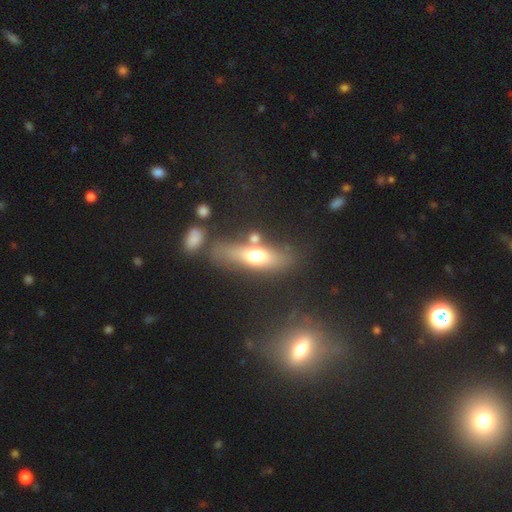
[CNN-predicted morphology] This is possibly a smooth galaxy (54%). How rounded: possibly in between (47%, tied with cigar-shaped). Merging: likely none (61%).